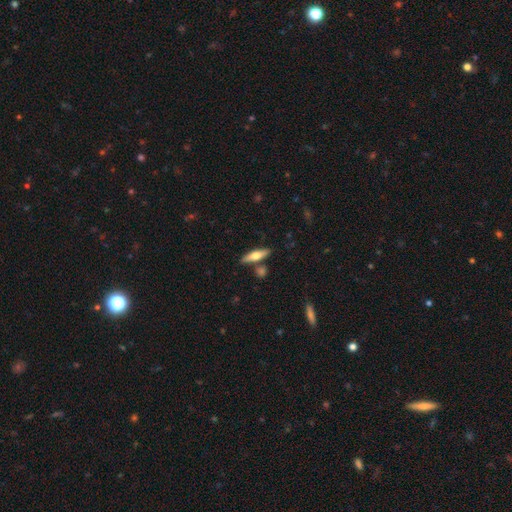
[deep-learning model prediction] This is possibly a smooth galaxy (49%). Merging: likely none (79%).